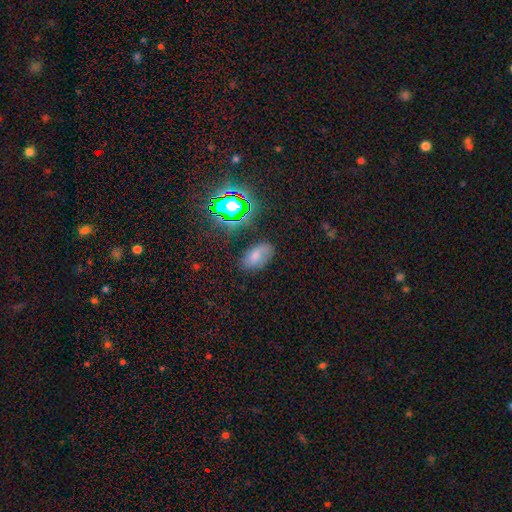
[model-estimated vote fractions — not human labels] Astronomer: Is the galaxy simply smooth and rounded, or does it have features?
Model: smooth — 66%.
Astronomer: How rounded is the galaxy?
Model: in between — 92%.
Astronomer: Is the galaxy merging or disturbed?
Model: none — 73%.